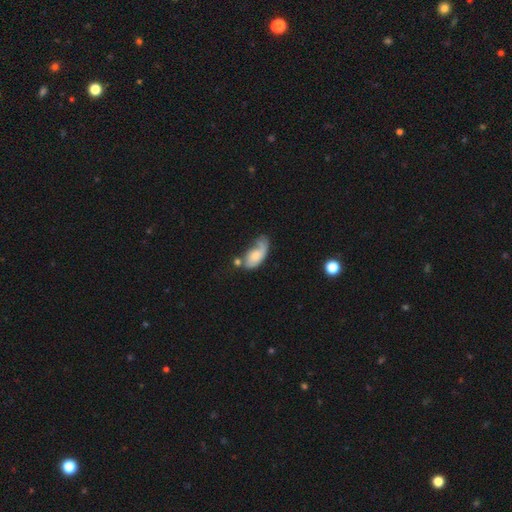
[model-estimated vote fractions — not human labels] Morphology: type=smooth (53%); roundness=in between (89%); merging=none (31%).